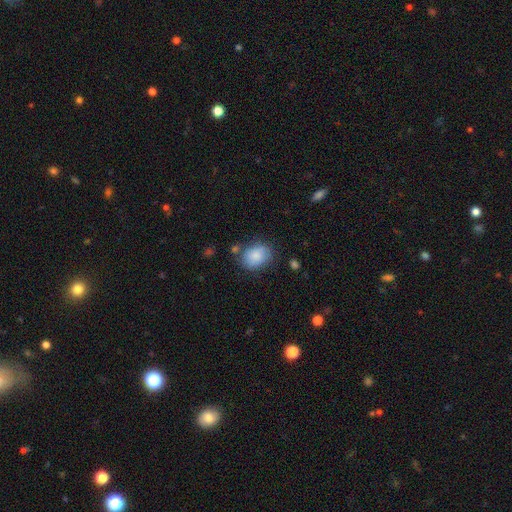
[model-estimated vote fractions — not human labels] smooth-or-featured: smooth: 84% | featured or disk: 9% | star or artifact: 7%
  how-rounded: in between: 68% | round: 31% | cigar-shaped: 1%
  merging: none: 69% | minor disturbance: 20% | major disturbance: 6% | merger: 6%